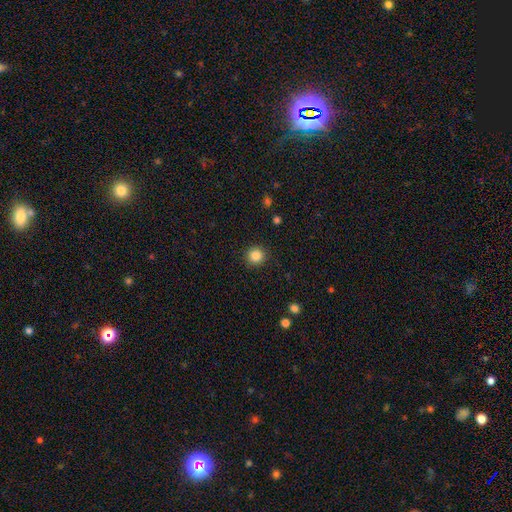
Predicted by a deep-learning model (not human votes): A smooth galaxy with no disk features (85%) that is round (94%). Merging: none (92%).